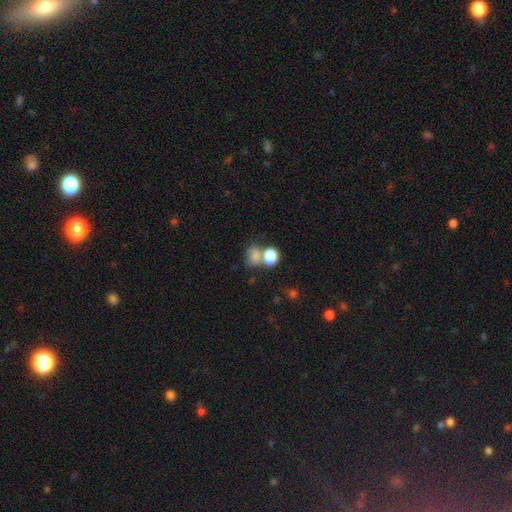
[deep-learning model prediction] smooth_or_featured: smooth (p=0.78) [alt: star or artifact p=0.12]
how_rounded: in between (p=0.52) [alt: round p=0.47]
merging: merger (p=0.47) [alt: none p=0.34]